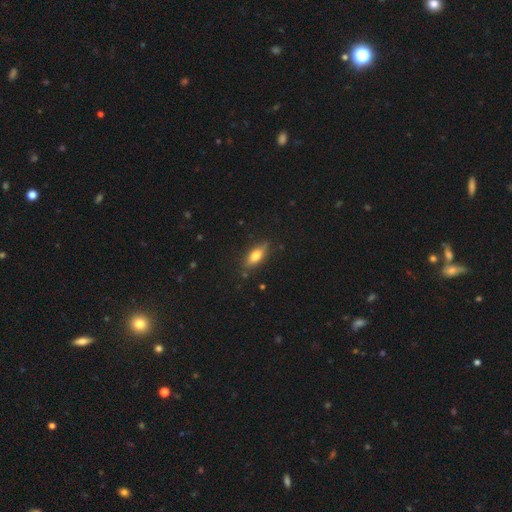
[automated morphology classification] Smooth or featured: smooth — 65% (featured or disk — 28%)
How rounded: in between — 65% (cigar-shaped — 32%)
Merging: none — 82% (minor disturbance — 14%)